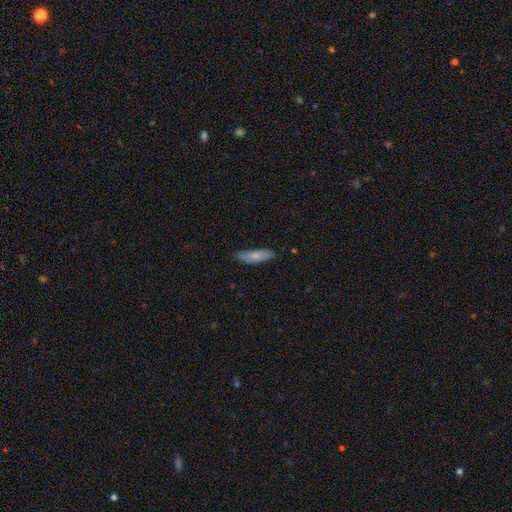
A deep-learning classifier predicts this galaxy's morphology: A smooth galaxy with no disk features (75%) that is cigar-shaped (67%).

Vote fractions:
- Smooth or featured? smooth: 75% / featured or disk: 19% / star or artifact: 6%
- How rounded? cigar-shaped: 67% / in between: 31% / round: 2%
- Merging? none: 78% / minor disturbance: 18% / major disturbance: 3% / merger: 1%